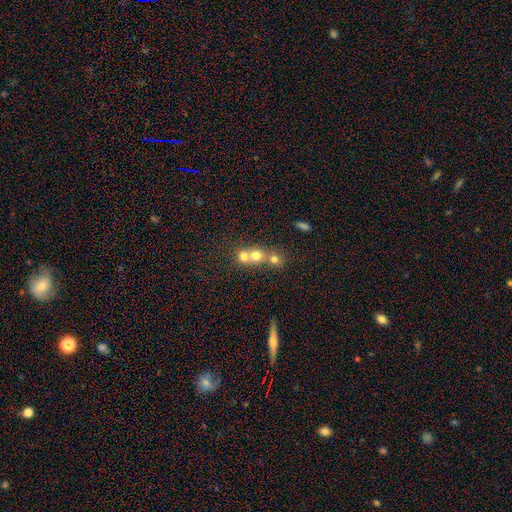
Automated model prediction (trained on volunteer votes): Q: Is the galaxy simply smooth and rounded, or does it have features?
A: smooth — 67%.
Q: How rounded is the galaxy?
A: round — 79%.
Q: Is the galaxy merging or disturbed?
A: merger — 65%.